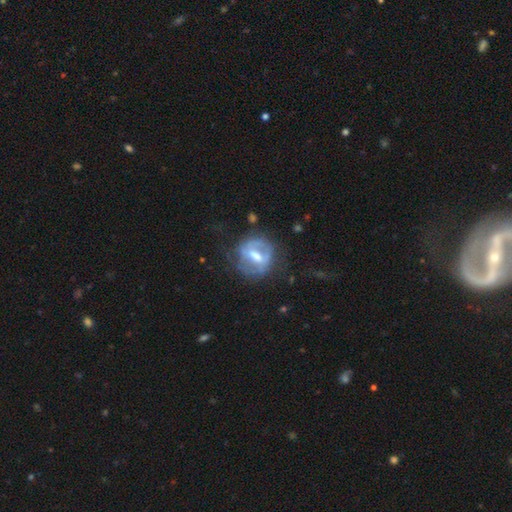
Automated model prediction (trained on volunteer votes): This is likely a featured or disk galaxy (67%). It is clearly not viewed edge-on (94%). Bar: marginally weak (41%). Spiral arm pattern: possibly no (52%). Central bulge: possibly moderate (60%). Merging: possibly none (58%).